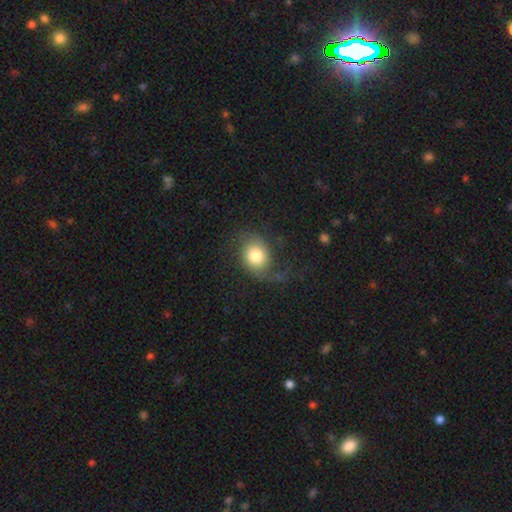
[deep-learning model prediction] Smooth or featured? smooth (63%)
How rounded? round (60%)
Merging? none (51%)